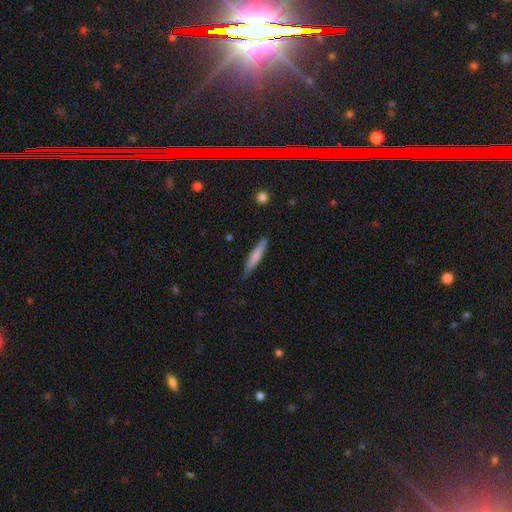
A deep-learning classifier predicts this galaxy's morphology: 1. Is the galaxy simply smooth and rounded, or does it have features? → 69% smooth, 25% featured or disk, 5% star or artifact.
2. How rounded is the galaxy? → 92% cigar-shaped, 6% in between, 1% round.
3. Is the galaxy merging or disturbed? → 80% none, 16% minor disturbance, 2% major disturbance, 2% merger.